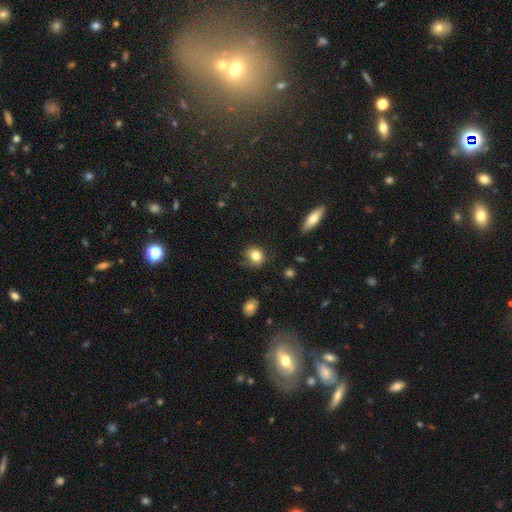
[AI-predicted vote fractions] Smooth or featured: smooth — 83% (star or artifact — 9%)
How rounded: round — 54% (in between — 45%)
Merging: none — 74% (minor disturbance — 19%)